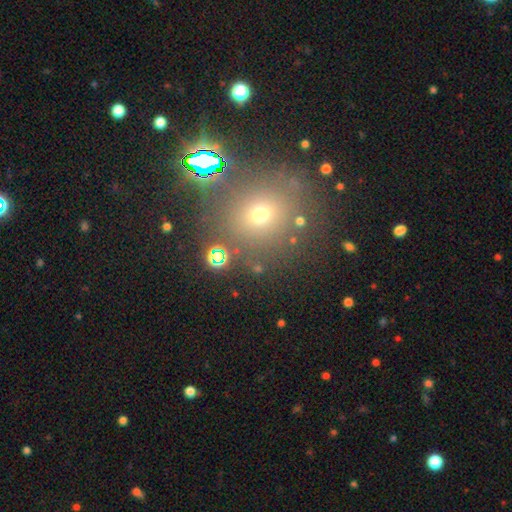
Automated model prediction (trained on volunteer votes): Smooth or featured? smooth (50%)
Merging? none (80%)